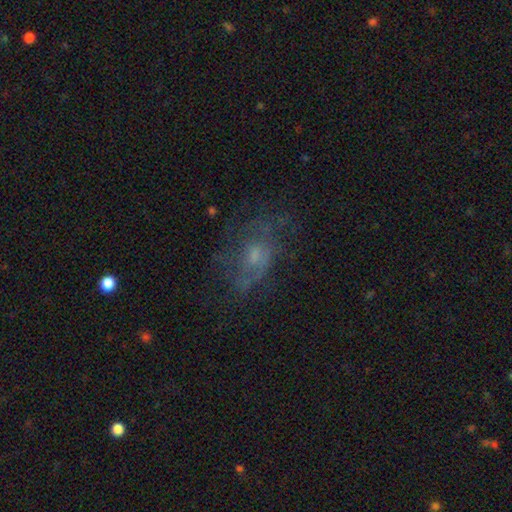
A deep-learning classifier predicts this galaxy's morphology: A featured or disk galaxy (54%) with no bar (71%), spiral arms (52%) and a small central bulge (47%). Merging: none (48%).